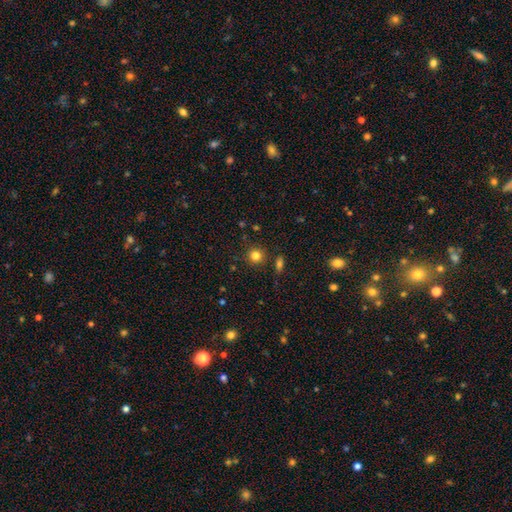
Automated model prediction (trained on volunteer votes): The model was most divided on "smooth or featured": smooth: 81%, star or artifact: 13%, featured or disk: 6%. More confident: how rounded — round (91%); merging — none (86%).